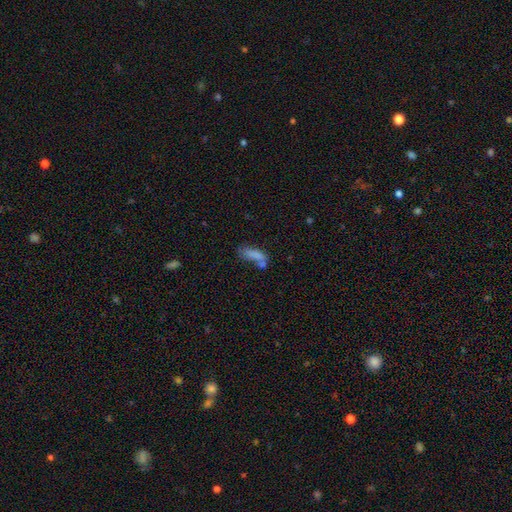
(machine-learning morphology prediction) A smooth galaxy with no disk features (75%) that is in between round and cigar-shaped (52%).

Vote fractions:
- Smooth or featured? smooth: 75% / featured or disk: 14% / star or artifact: 11%
- How rounded? in between: 52% / cigar-shaped: 45% / round: 3%
- Merging? none: 37% / merger: 30% / minor disturbance: 19% / major disturbance: 14%